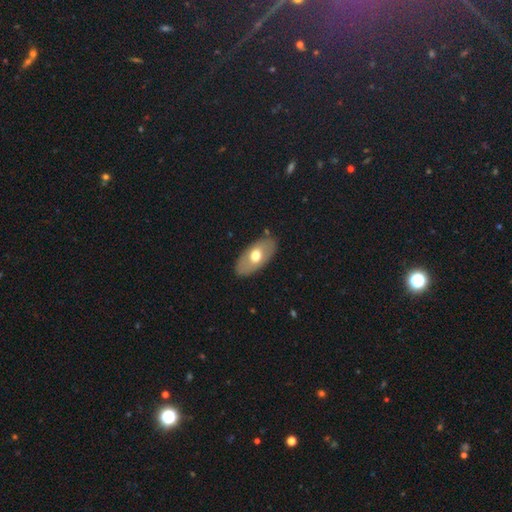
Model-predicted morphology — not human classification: smooth_or_featured: smooth (p=0.57) [alt: featured or disk p=0.38]
how_rounded: in between (p=0.92) [alt: cigar-shaped p=0.04]
merging: none (p=0.86) [alt: minor disturbance p=0.10]